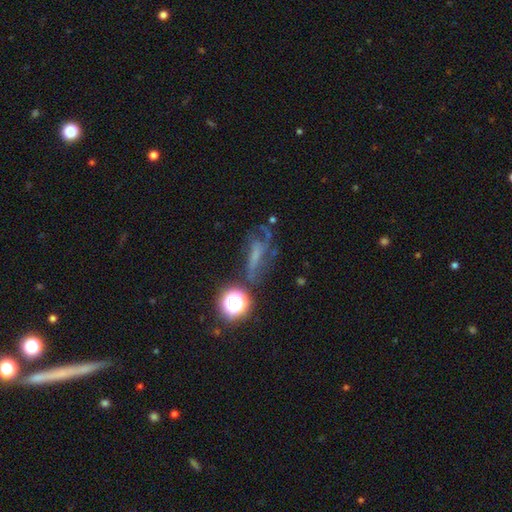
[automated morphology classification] Smooth or featured: featured or disk — 45% (star or artifact — 29%)
Merging: none — 45% (major disturbance — 26%)